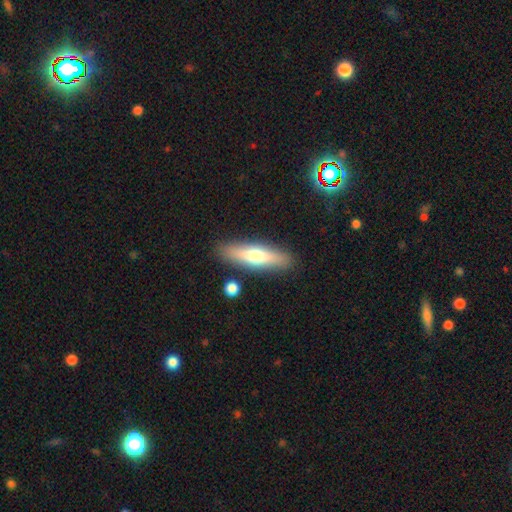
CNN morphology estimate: Smooth or featured?
  - smooth: 57% *
  - featured or disk: 36%
  - star or artifact: 6%
How rounded?
  - cigar-shaped: 67% *
  - in between: 31%
  - round: 2%
Merging?
  - none: 86% *
  - minor disturbance: 9%
  - merger: 3%
  - major disturbance: 2%